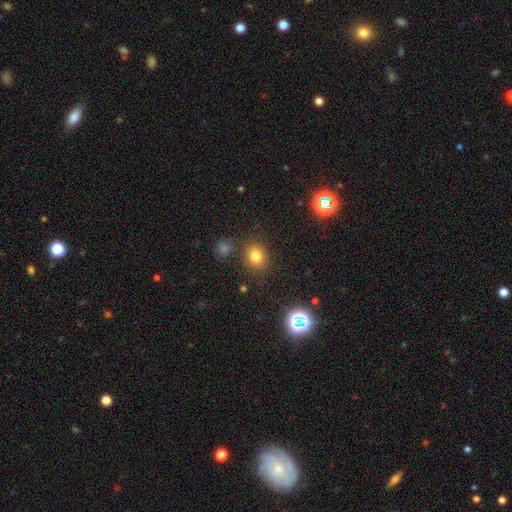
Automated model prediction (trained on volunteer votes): Smooth or featured?
  - smooth: 78% *
  - star or artifact: 16%
  - featured or disk: 7%
How rounded?
  - round: 62% *
  - in between: 37%
  - cigar-shaped: 1%
Merging?
  - none: 81% *
  - minor disturbance: 10%
  - merger: 5%
  - major disturbance: 4%